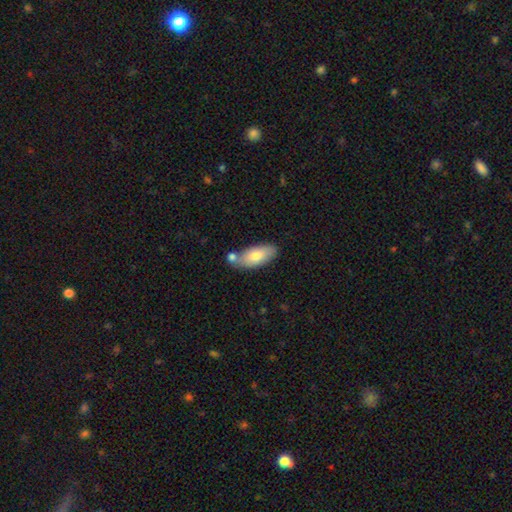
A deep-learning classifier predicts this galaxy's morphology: This is likely a smooth galaxy (76%). How rounded: clearly in between (88%). Merging: likely none (61%).